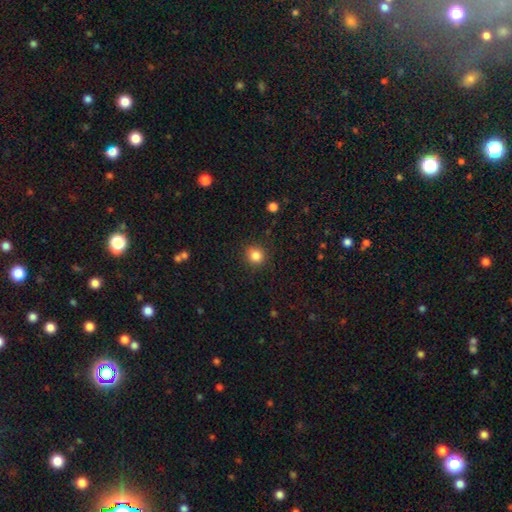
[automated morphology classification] The model was most divided on "smooth or featured": smooth: 84%, star or artifact: 11%, featured or disk: 4%. More confident: merging — none (89%); how rounded — round (87%).